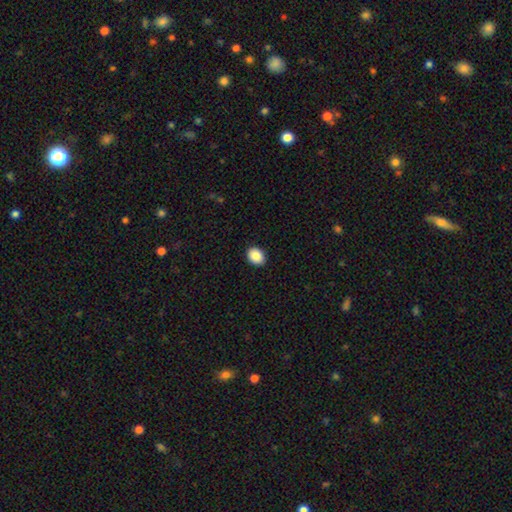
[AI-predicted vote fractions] A smooth galaxy with no disk features (88%) that is in between round and cigar-shaped (59%). Merging: none (91%).